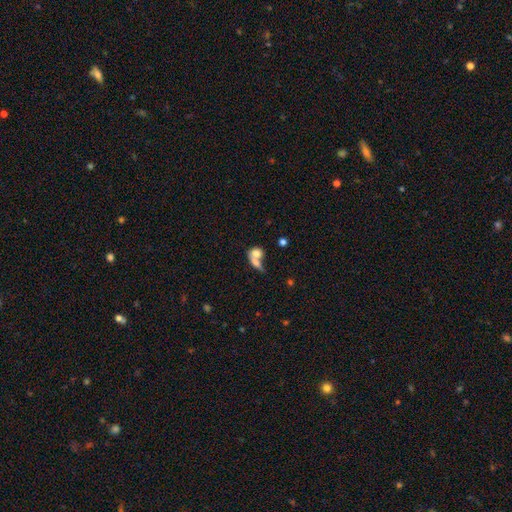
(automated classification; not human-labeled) Smooth or featured? smooth (71%)
How rounded? in between (56%)
Merging? merger (62%)